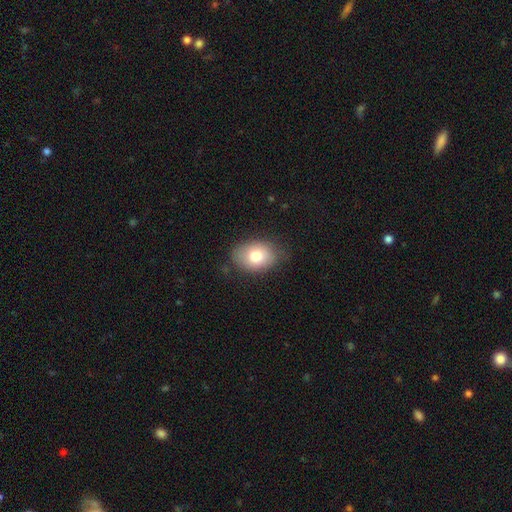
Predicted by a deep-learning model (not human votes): Smooth or featured? Predicted: smooth (p=0.76). How rounded? Predicted: in between (p=0.78). Merging? Predicted: none (p=0.75).